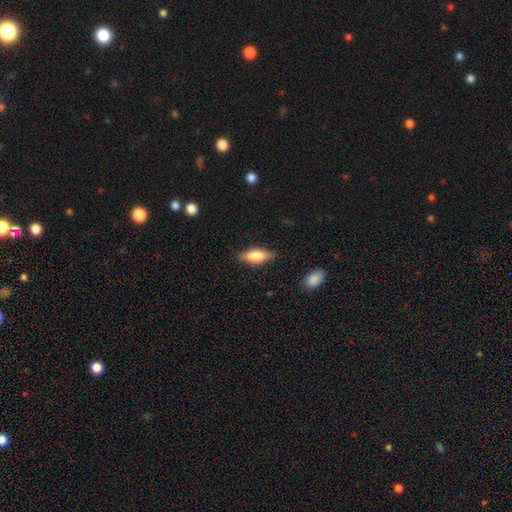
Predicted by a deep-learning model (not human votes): smooth_or_featured: smooth (p=0.74) [alt: featured or disk p=0.19]
how_rounded: in between (p=0.70) [alt: cigar-shaped p=0.27]
merging: none (p=0.84) [alt: minor disturbance p=0.12]